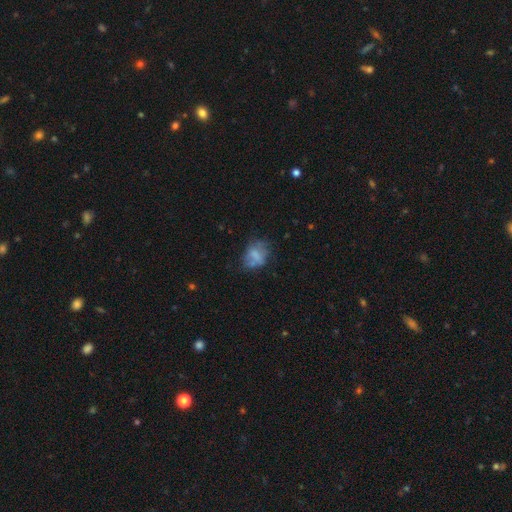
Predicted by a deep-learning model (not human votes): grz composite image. It shows a smooth galaxy with no disk features (58%) that is in between round and cigar-shaped (62%). Merging: none (45%).